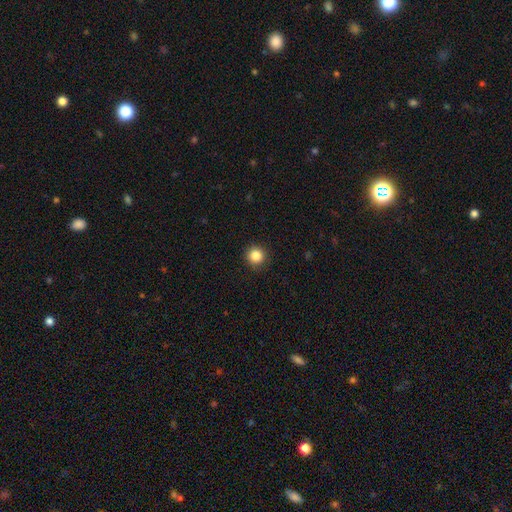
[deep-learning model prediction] The model was most divided on "smooth or featured": smooth: 85%, star or artifact: 11%, featured or disk: 4%. More confident: how rounded — round (95%); merging — none (92%).